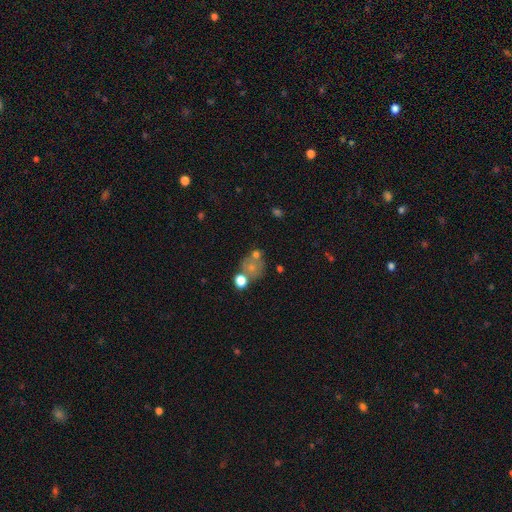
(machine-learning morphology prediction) Q: Smooth or featured?
A: smooth (53%); runner-up: featured or disk (25%)
Q: How rounded?
A: round (67%); runner-up: in between (31%)
Q: Merging?
A: none (47%); runner-up: merger (29%)